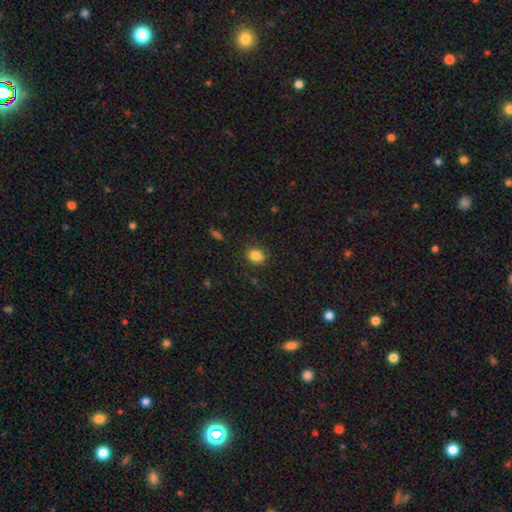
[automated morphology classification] smooth_or_featured: smooth (p=0.85) [alt: star or artifact p=0.10]
how_rounded: round (p=0.50) [alt: in between p=0.49]
merging: none (p=0.85) [alt: minor disturbance p=0.11]